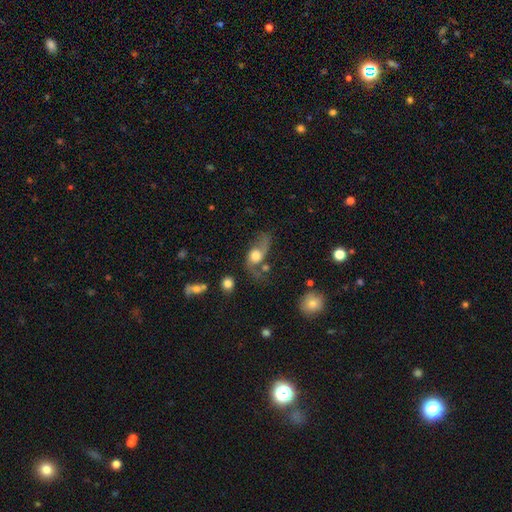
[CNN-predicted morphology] Smooth or featured? featured or disk (64%)
Edge-on disk? no (92%)
Bar? no (73%)
Spiral arms? yes (87%)
Spiral winding? loose (80%)
Spiral arm count? 2 (86%)
Bulge size? moderate (44%)
Merging? none (40%)